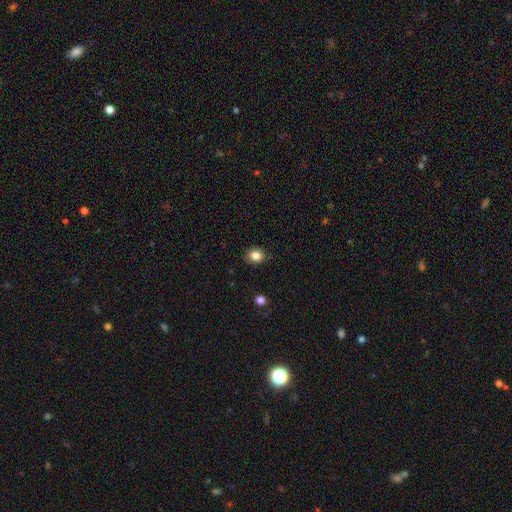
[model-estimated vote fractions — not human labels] Smooth or featured? Predicted: smooth (p=0.84). How rounded? Predicted: round (p=0.63). Merging? Predicted: none (p=0.87).